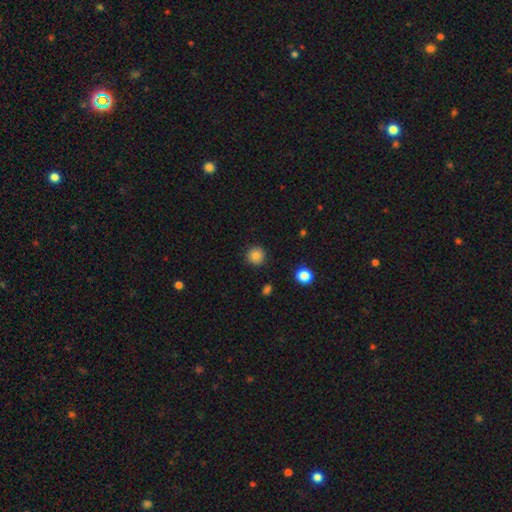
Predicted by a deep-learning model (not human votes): Smooth or featured? smooth (84%)
How rounded? round (94%)
Merging? none (90%)